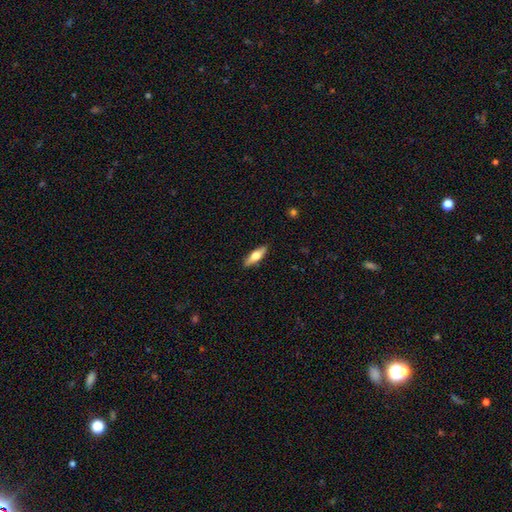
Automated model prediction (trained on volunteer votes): This appears to be a smooth galaxy with no disk features (55%) that is cigar-shaped (52%). Merging: none (89%).